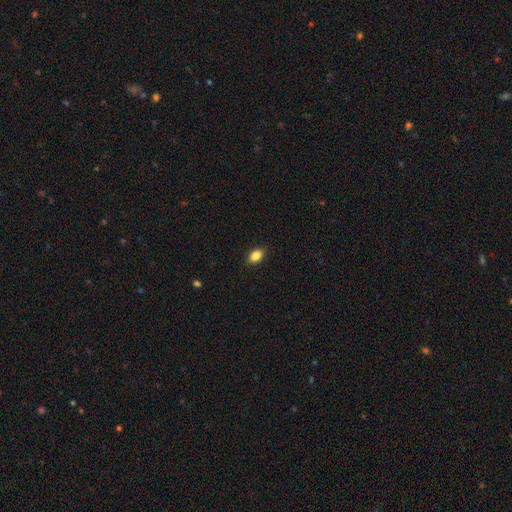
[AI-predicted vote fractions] Smooth or featured? smooth (86%)
How rounded? in between (83%)
Merging? none (88%)